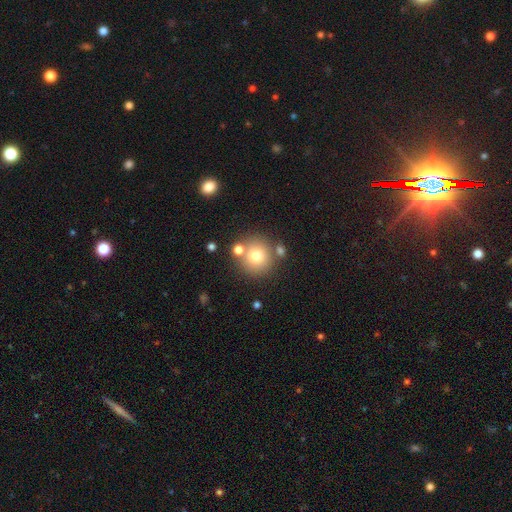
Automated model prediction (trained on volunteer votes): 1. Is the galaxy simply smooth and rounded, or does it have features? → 75% smooth, 13% featured or disk, 12% star or artifact.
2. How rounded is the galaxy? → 92% round, 7% in between, 1% cigar-shaped.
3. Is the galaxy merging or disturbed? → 74% none, 13% merger, 10% minor disturbance, 4% major disturbance.